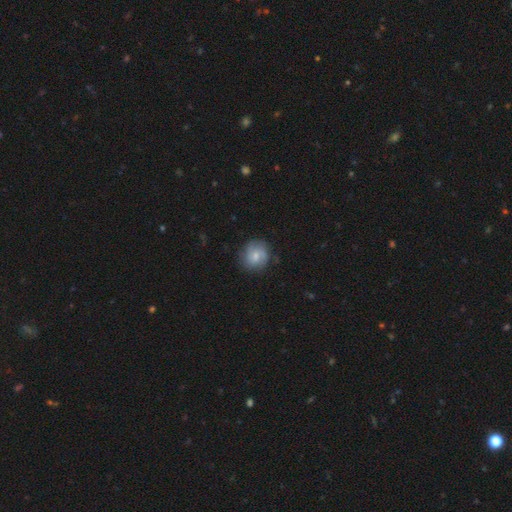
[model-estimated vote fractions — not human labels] This appears to be a smooth galaxy with no disk features (54%) that is round (83%). Merging: none (77%).